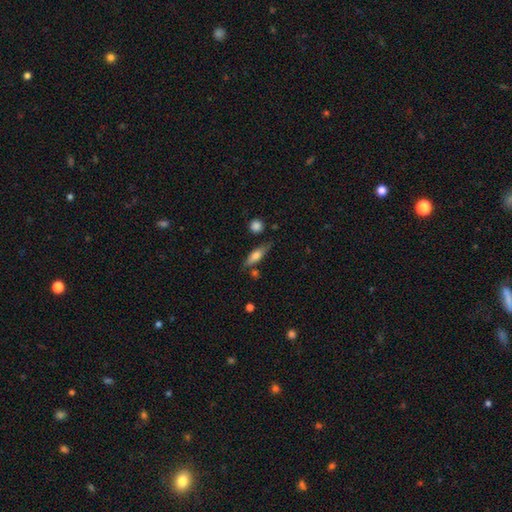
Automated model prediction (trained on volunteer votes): A smooth galaxy with no disk features (61%) that is cigar-shaped (51%). Merging: none (71%).